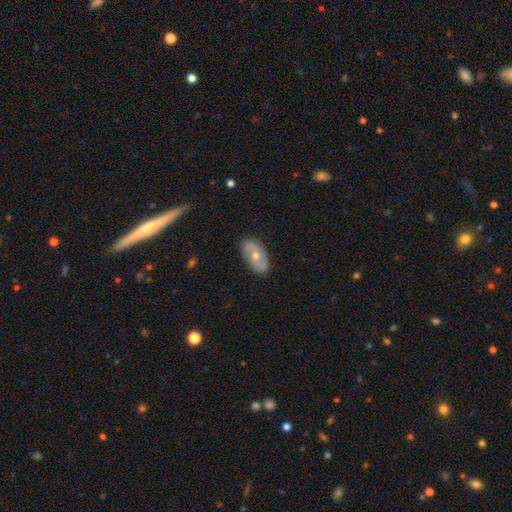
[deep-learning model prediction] A smooth galaxy with no disk features (48%).

Vote fractions:
- Smooth or featured? smooth: 48% / featured or disk: 46% / star or artifact: 6%
- Merging? none: 84% / minor disturbance: 13% / major disturbance: 3% / merger: 1%